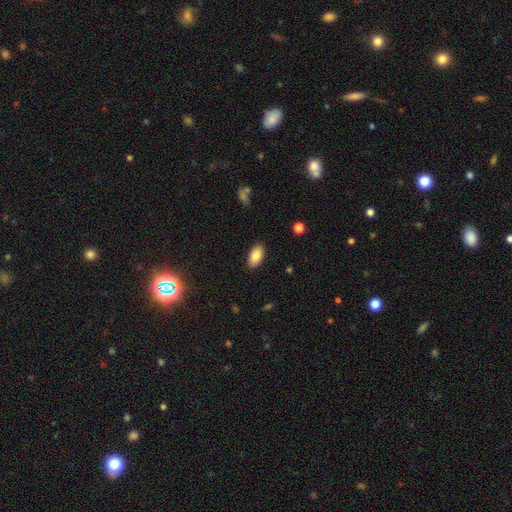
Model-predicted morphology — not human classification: Overall: smooth (86%). How rounded: in between (94%). Merging: none (88%).